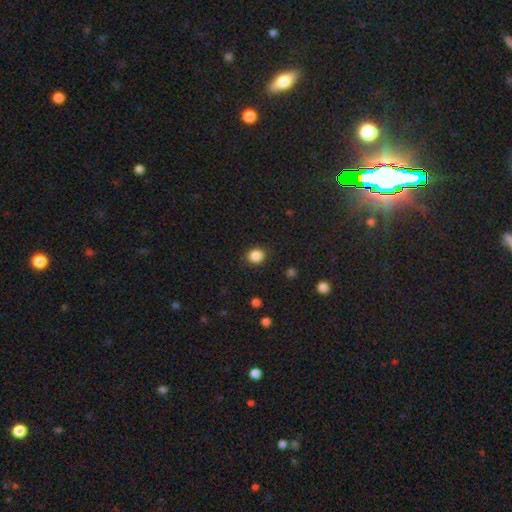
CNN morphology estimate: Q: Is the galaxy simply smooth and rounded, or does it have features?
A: smooth — 86%.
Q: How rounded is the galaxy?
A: round — 77%.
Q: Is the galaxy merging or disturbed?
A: none — 88%.